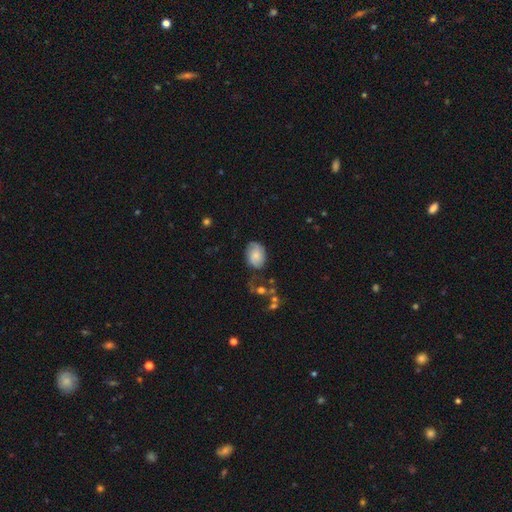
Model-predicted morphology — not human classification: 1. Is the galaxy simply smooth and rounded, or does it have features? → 60% smooth, 32% featured or disk, 8% star or artifact.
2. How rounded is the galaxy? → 78% in between, 21% round, 1% cigar-shaped.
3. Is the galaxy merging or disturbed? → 60% none, 26% minor disturbance, 11% major disturbance, 3% merger.